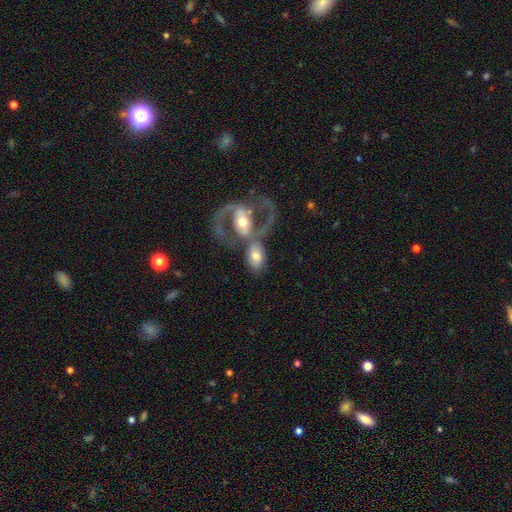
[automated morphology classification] Q: Smooth or featured?
A: featured or disk (60%); runner-up: smooth (34%)
Q: Edge-on disk?
A: no (92%); runner-up: yes (8%)
Q: Bar?
A: no (39%); runner-up: weak (34%)
Q: Spiral arms?
A: yes (75%); runner-up: no (25%)
Q: Bulge size?
A: moderate (67%); runner-up: large (15%)
Q: Merging?
A: merger (49%); runner-up: none (30%)